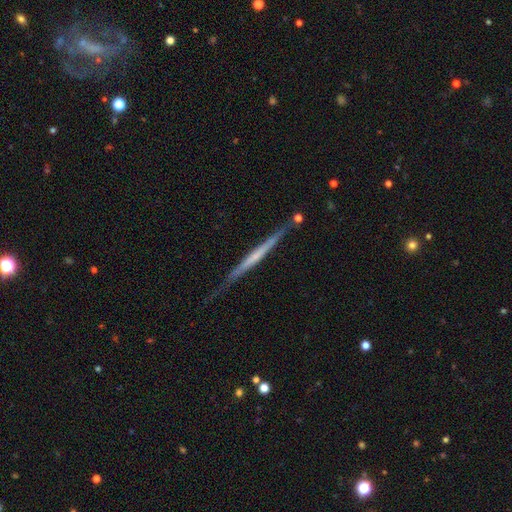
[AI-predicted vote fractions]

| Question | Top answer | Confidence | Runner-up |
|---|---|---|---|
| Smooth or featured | featured or disk | 66% | smooth (28%) |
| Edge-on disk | yes | 97% | no (3%) |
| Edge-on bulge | none | 74% | rounded (16%) |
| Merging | none | 78% | minor disturbance (16%) |